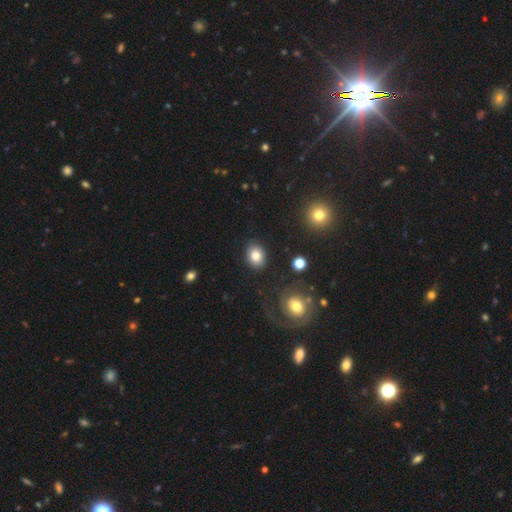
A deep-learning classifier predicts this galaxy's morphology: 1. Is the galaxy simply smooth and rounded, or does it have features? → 82% smooth, 9% star or artifact, 8% featured or disk.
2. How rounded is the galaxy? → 59% in between, 40% round, 1% cigar-shaped.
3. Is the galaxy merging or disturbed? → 87% none, 8% minor disturbance, 3% major disturbance, 2% merger.